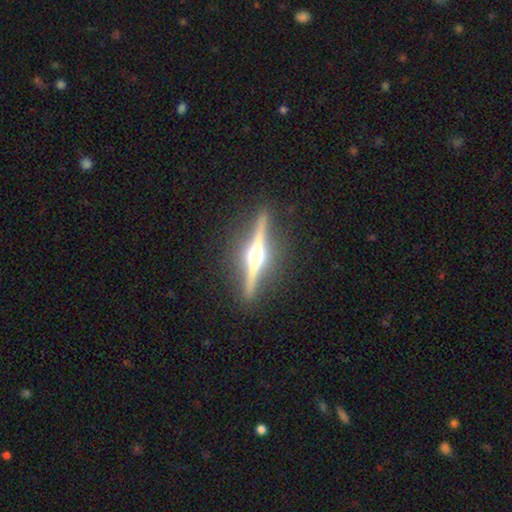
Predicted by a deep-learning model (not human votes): Morphology: type=featured or disk (86%); edge-on=yes (98%); edge-on bulge=rounded (95%); merging=none (90%).